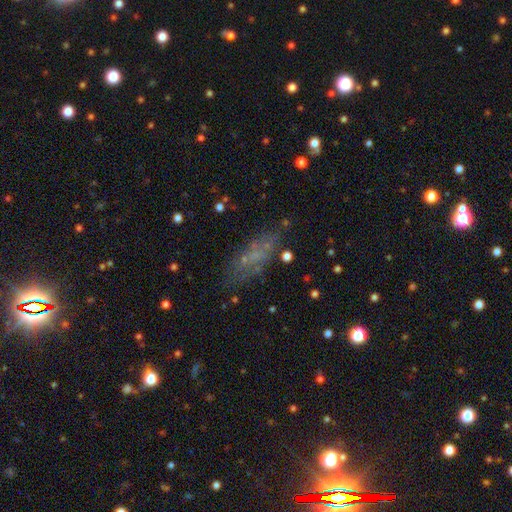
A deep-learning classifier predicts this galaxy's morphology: smooth 49%, featured or disk 34%, star or artifact 17%. Down the decision tree: merging — none (63%).